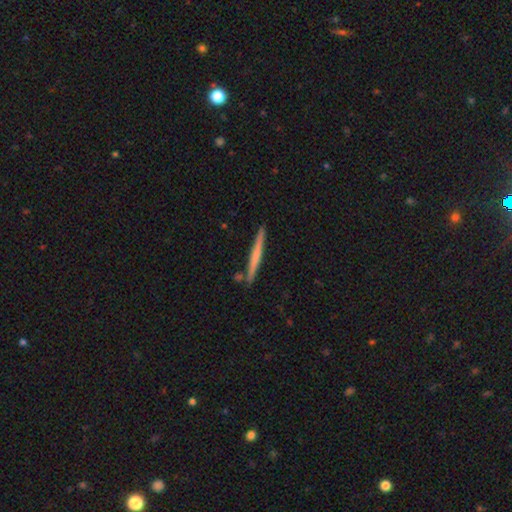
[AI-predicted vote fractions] smooth_or_featured: featured or disk (p=0.48) [alt: smooth p=0.47]
merging: none (p=0.88) [alt: minor disturbance p=0.07]